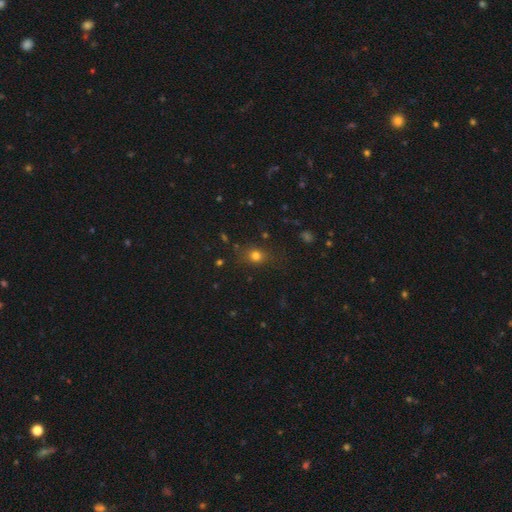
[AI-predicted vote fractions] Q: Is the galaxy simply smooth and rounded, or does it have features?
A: smooth — 74%.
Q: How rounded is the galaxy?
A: round — 62%.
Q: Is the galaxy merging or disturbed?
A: none — 79%.